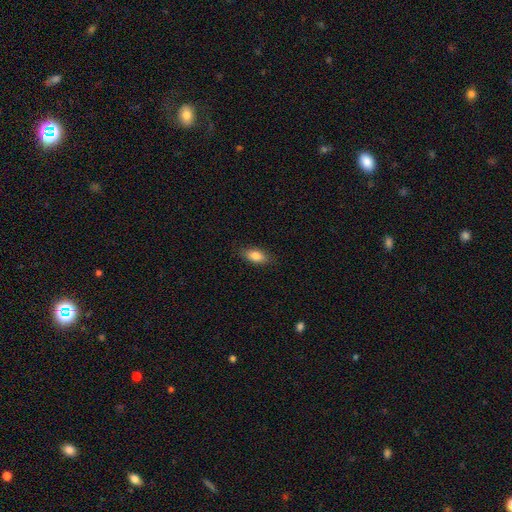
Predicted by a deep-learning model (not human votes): Q: Smooth or featured?
A: smooth (82%); runner-up: featured or disk (10%)
Q: How rounded?
A: in between (87%); runner-up: cigar-shaped (9%)
Q: Merging?
A: none (86%); runner-up: minor disturbance (11%)